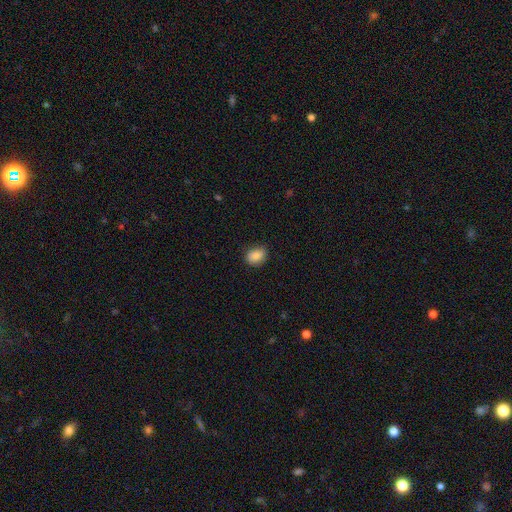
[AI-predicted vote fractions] smooth 86%, star or artifact 8%, featured or disk 6%. Down the decision tree: how rounded — in between (64%); merging — none (83%).